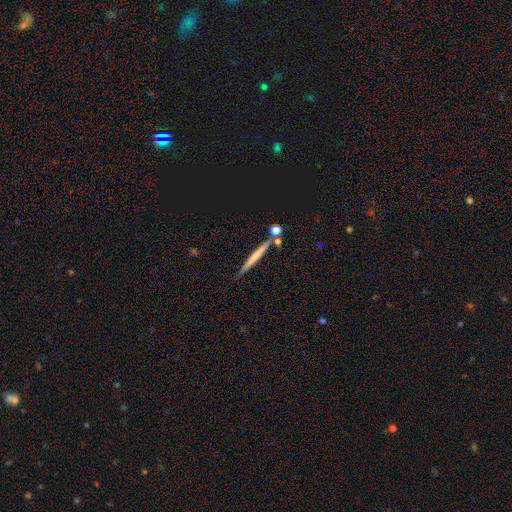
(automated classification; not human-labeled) smooth_or_featured: smooth (p=0.52) [alt: featured or disk p=0.38]
how_rounded: cigar-shaped (p=0.93) [alt: in between p=0.04]
merging: none (p=0.83) [alt: minor disturbance p=0.08]